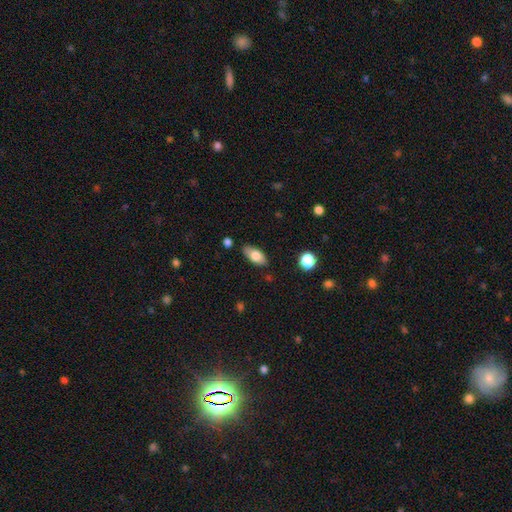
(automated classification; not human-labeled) smooth-or-featured: smooth: 74% | featured or disk: 19% | star or artifact: 7%
  how-rounded: in between: 89% | cigar-shaped: 7% | round: 4%
  merging: none: 82% | minor disturbance: 13% | major disturbance: 3% | merger: 2%